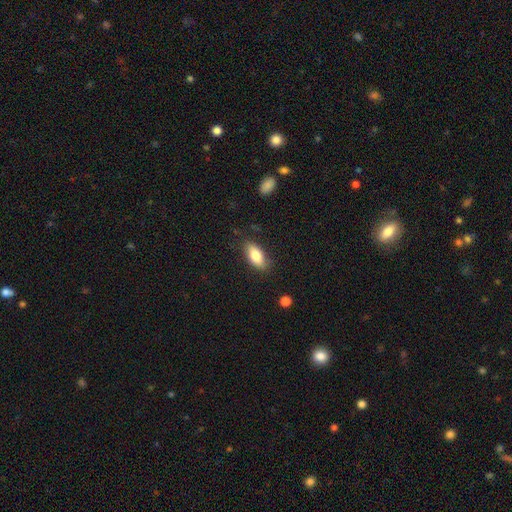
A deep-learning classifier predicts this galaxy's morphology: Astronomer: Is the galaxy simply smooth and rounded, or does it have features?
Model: smooth — 79%.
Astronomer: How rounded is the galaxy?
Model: in between — 85%.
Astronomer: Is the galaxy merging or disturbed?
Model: none — 80%.